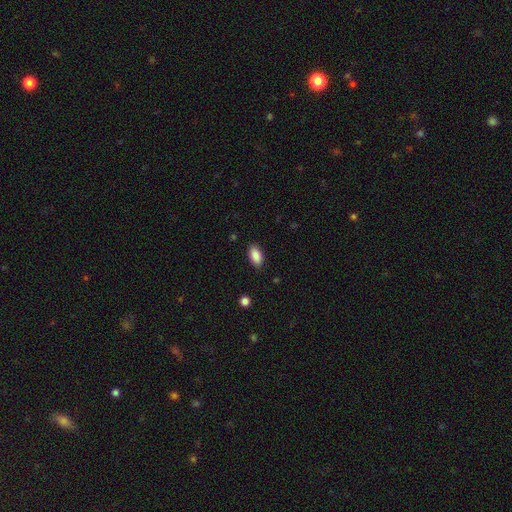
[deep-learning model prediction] smooth-or-featured: smooth: 89% | star or artifact: 7% | featured or disk: 4%
  how-rounded: in between: 93% | cigar-shaped: 4% | round: 3%
  merging: none: 87% | minor disturbance: 10% | major disturbance: 2% | merger: 1%